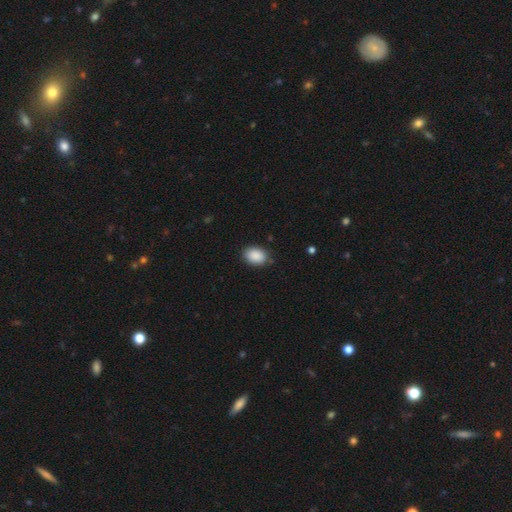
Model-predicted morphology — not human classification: A smooth galaxy with no disk features (90%) that is in between round and cigar-shaped (78%). Merging: none (82%).